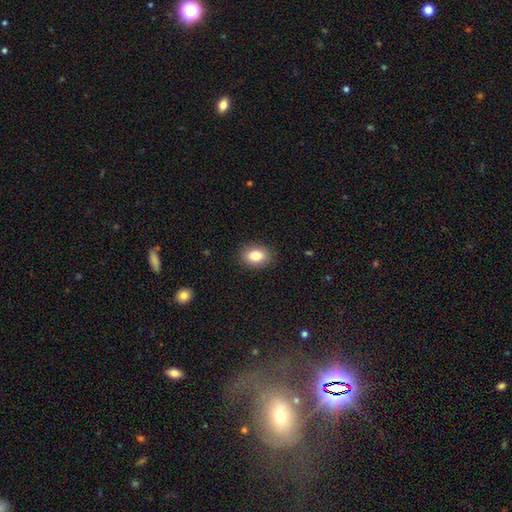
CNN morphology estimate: smooth-or-featured: smooth: 83% | star or artifact: 9% | featured or disk: 8%
  how-rounded: in between: 73% | round: 26% | cigar-shaped: 1%
  merging: none: 88% | minor disturbance: 8% | major disturbance: 2% | merger: 1%